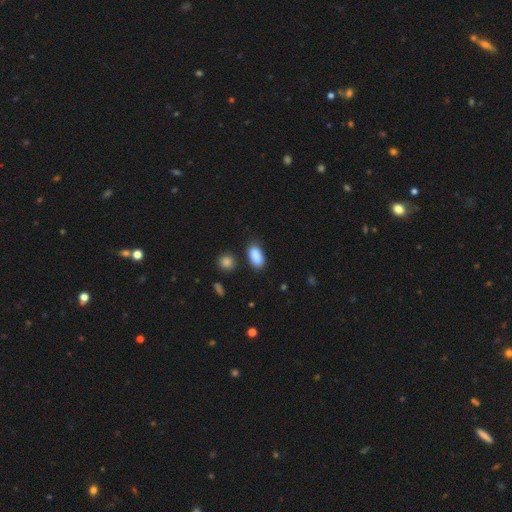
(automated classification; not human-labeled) Overall: smooth (89%). How rounded: in between (91%). Merging: none (79%).